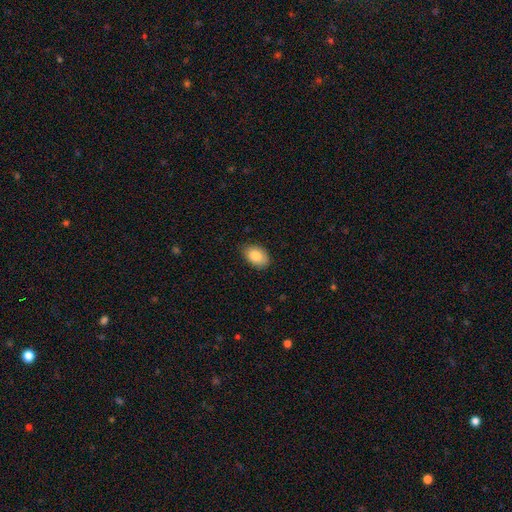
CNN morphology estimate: This appears to be a smooth galaxy with no disk features (85%) that is in between round and cigar-shaped (87%). Merging: none (84%).